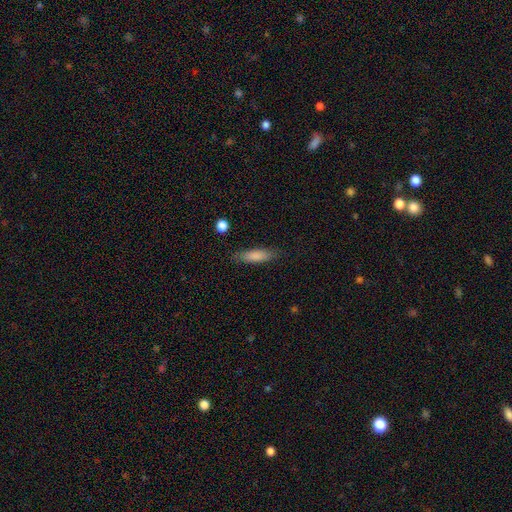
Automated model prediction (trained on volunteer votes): Morphology: type=smooth (83%); roundness=cigar-shaped (61%); merging=none (82%).